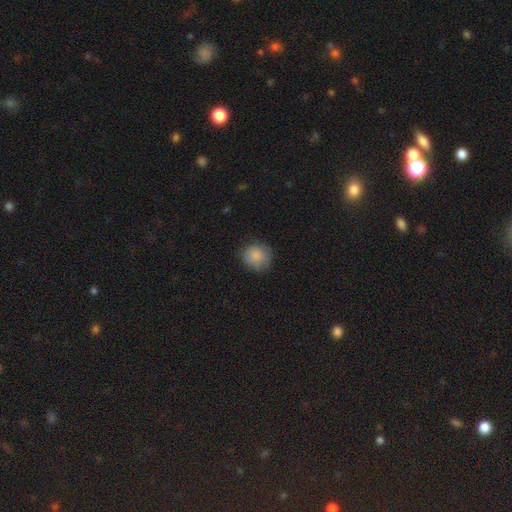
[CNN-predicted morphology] Q: Smooth or featured?
A: smooth (82%); runner-up: featured or disk (9%)
Q: How rounded?
A: round (86%); runner-up: in between (13%)
Q: Merging?
A: none (72%); runner-up: minor disturbance (21%)